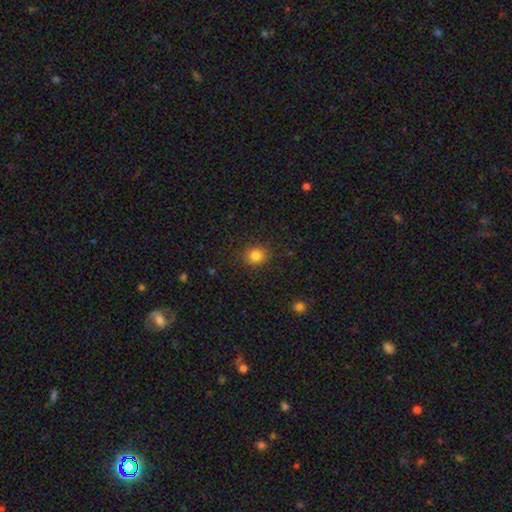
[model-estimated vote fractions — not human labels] Smooth or featured? Predicted: smooth (p=0.83). How rounded? Predicted: round (p=0.80). Merging? Predicted: none (p=0.89).